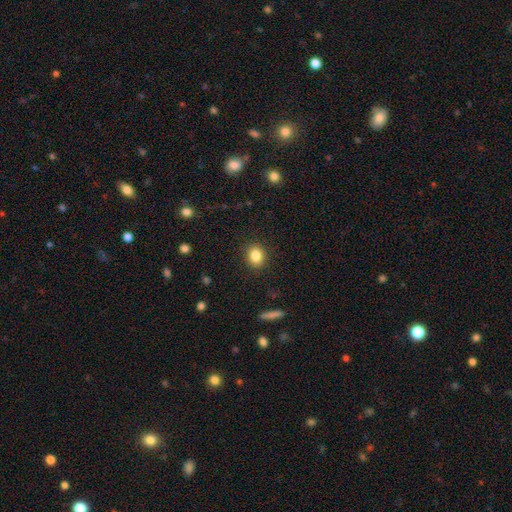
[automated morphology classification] smooth 85%, star or artifact 10%, featured or disk 6%. Down the decision tree: how rounded — round (55%); merging — none (89%).